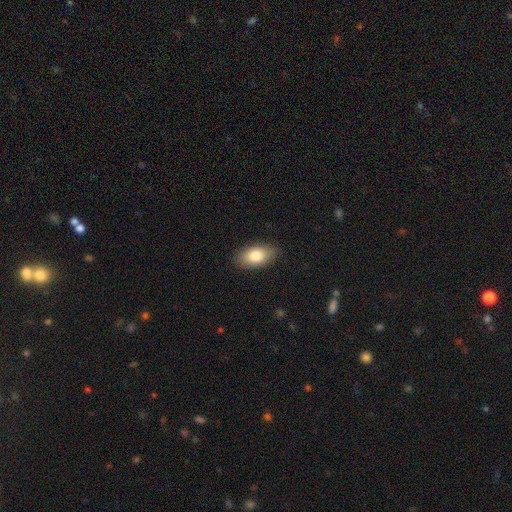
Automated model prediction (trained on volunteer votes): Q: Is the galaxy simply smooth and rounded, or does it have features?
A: smooth — 81%.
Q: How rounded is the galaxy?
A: in between — 92%.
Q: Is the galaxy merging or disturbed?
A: none — 87%.